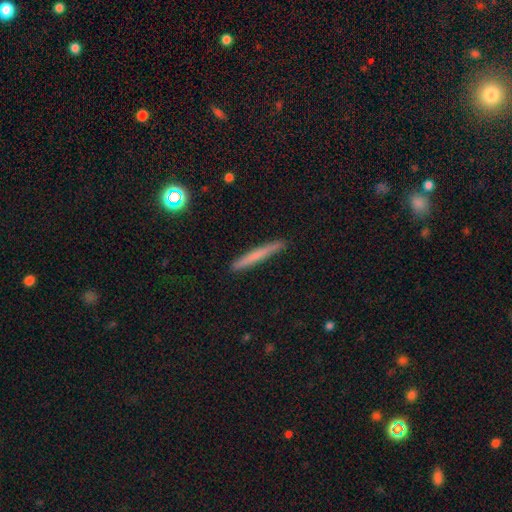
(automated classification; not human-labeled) Smooth or featured: smooth — 64% (featured or disk — 29%)
How rounded: cigar-shaped — 96% (in between — 2%)
Merging: none — 90% (minor disturbance — 8%)